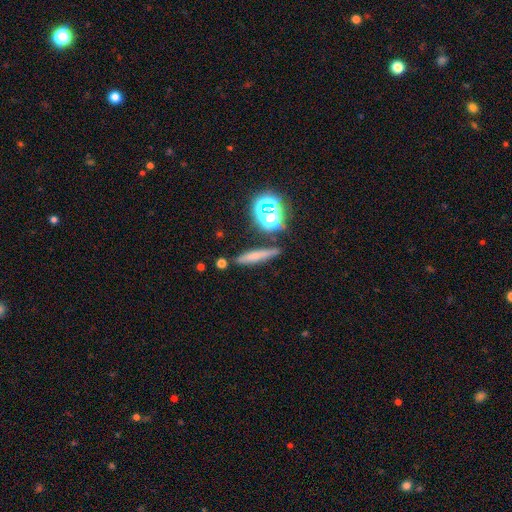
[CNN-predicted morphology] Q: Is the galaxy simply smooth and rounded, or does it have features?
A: smooth — 59%.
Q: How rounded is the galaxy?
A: cigar-shaped — 80%.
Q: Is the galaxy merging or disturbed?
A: none — 80%.